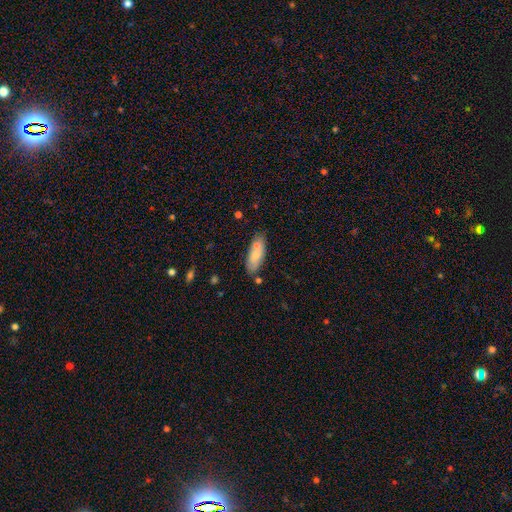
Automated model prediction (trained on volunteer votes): Overall: smooth (69%). How rounded: in between (70%). Merging: none (63%).